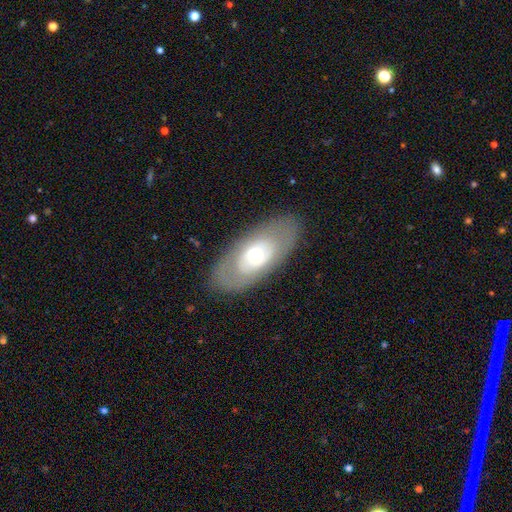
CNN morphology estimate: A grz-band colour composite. It shows a featured or disk galaxy (50%). Merging: none (83%).